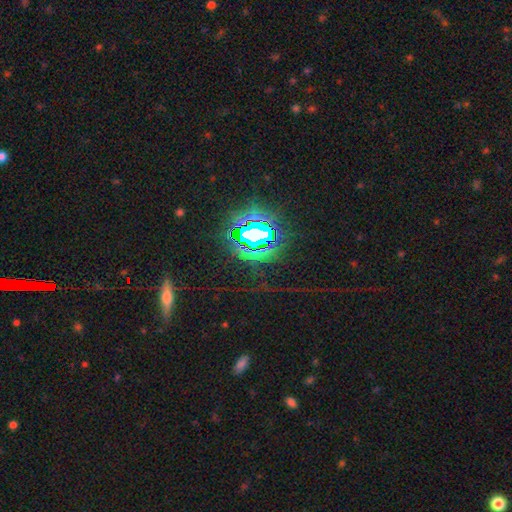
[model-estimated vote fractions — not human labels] Smooth or featured: star or artifact — 77% (smooth — 13%)